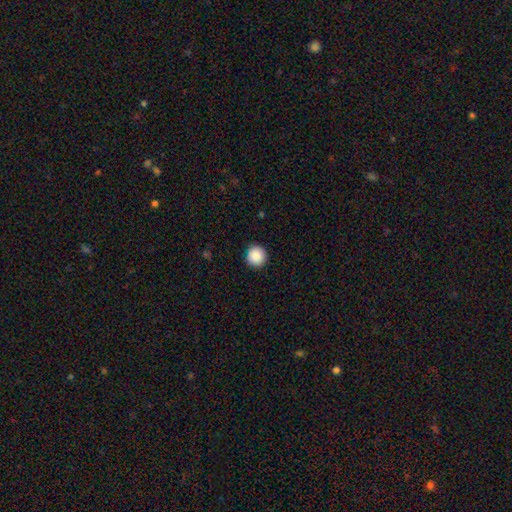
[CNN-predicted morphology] Overall: smooth (89%). How rounded: round (94%). Merging: none (91%).